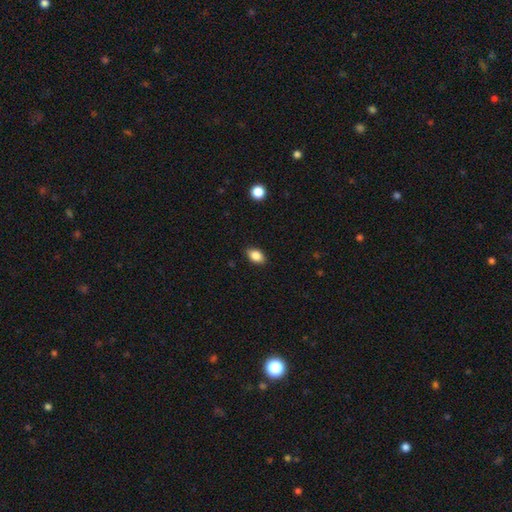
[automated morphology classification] Q: Smooth or featured?
A: smooth (85%); runner-up: star or artifact (8%)
Q: How rounded?
A: in between (87%); runner-up: round (11%)
Q: Merging?
A: none (87%); runner-up: minor disturbance (10%)